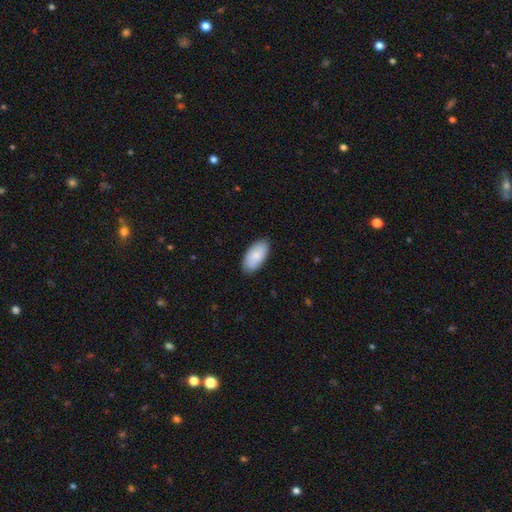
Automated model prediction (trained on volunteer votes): This appears to be a smooth galaxy with no disk features (83%) that is in between round and cigar-shaped (95%). Merging: none (85%).